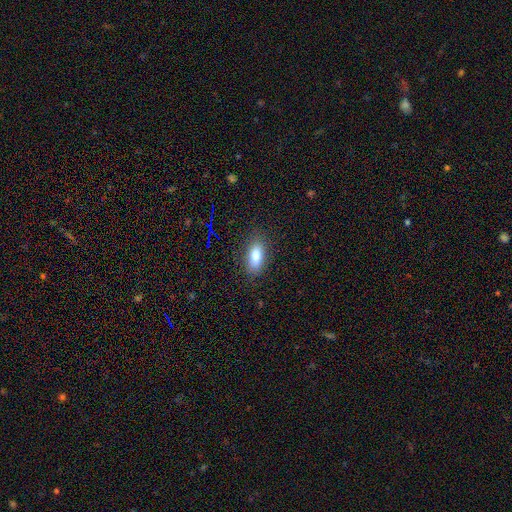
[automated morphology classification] A smooth galaxy with no disk features (82%) that is in between round and cigar-shaped (81%). Merging: none (85%).